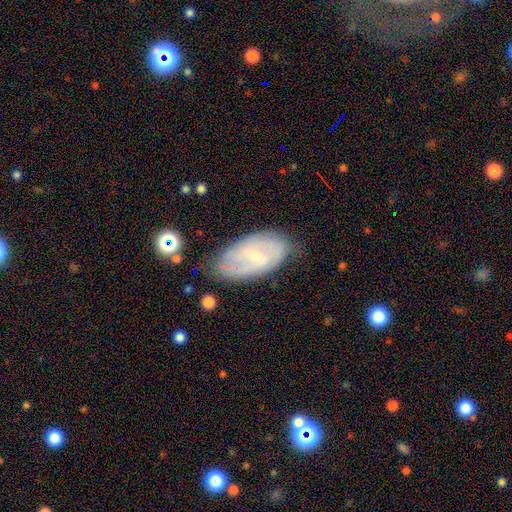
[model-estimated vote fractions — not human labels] Smooth or featured: featured or disk — 65% (smooth — 28%)
Edge-on disk: no — 94% (yes — 6%)
Bar: weak — 50% (no — 32%)
Spiral arms: yes — 79% (no — 21%)
Bulge size: small — 78% (moderate — 14%)
Merging: none — 70% (minor disturbance — 22%)